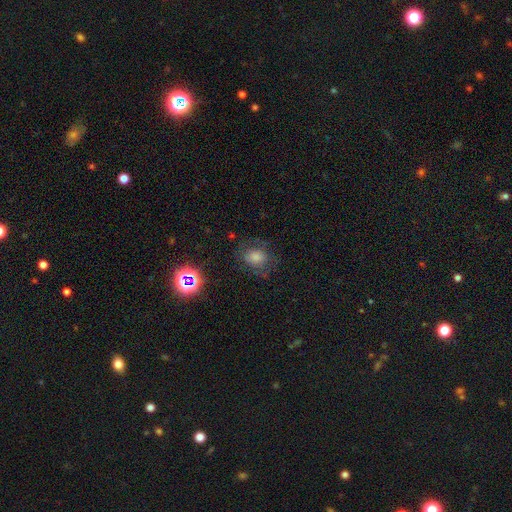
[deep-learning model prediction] Smooth or featured? smooth (60%)
How rounded? round (54%)
Merging? none (67%)